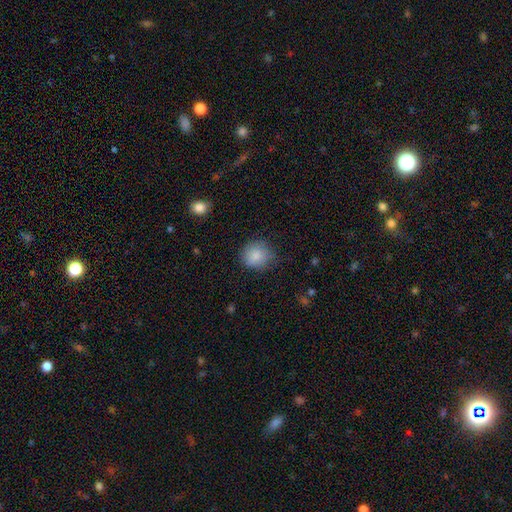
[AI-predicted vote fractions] Overall: smooth (85%). How rounded: round (85%). Merging: none (73%).